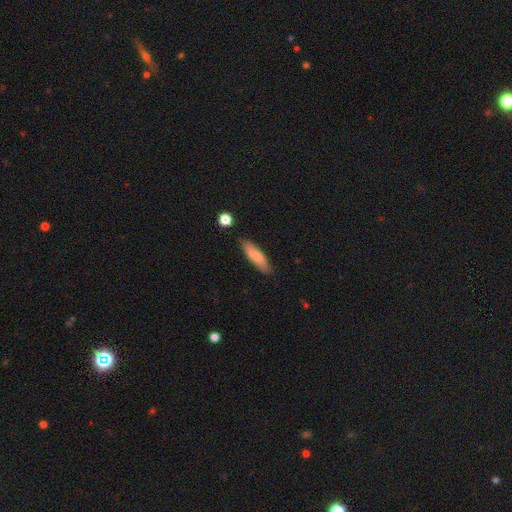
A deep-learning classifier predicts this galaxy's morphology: Smooth or featured?
  - smooth: 80% *
  - featured or disk: 14%
  - star or artifact: 6%
How rounded?
  - cigar-shaped: 57% *
  - in between: 41%
  - round: 2%
Merging?
  - none: 82% *
  - minor disturbance: 14%
  - major disturbance: 3%
  - merger: 2%